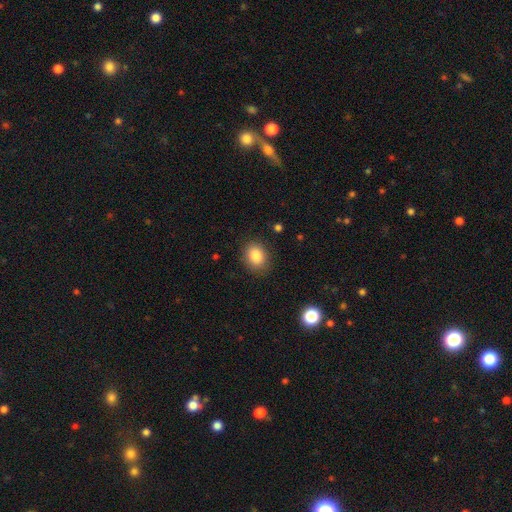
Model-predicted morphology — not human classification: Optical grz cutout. It shows a smooth galaxy with no disk features (86%) that is in between round and cigar-shaped (56%). Merging: none (85%).